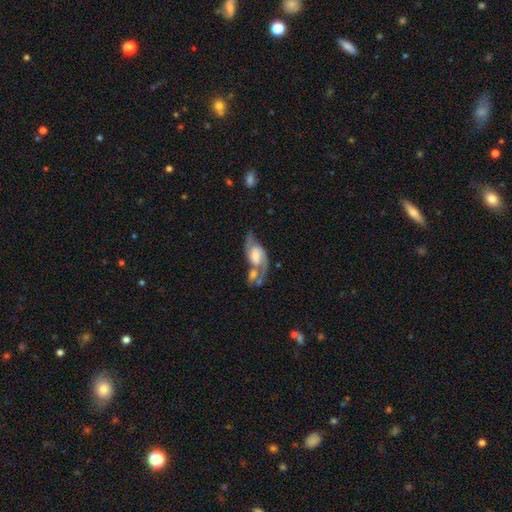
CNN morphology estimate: Smooth or featured: featured or disk — 80% (smooth — 14%)
Edge-on disk: no — 96% (yes — 4%)
Bar: weak — 43% (no — 41%)
Spiral arms: yes — 93% (no — 7%)
Spiral winding: medium — 48% (loose — 36%)
Spiral arm count: 2 — 84% (1 — 7%)
Bulge size: moderate — 42% (small — 38%)
Merging: merger — 43% (none — 31%)